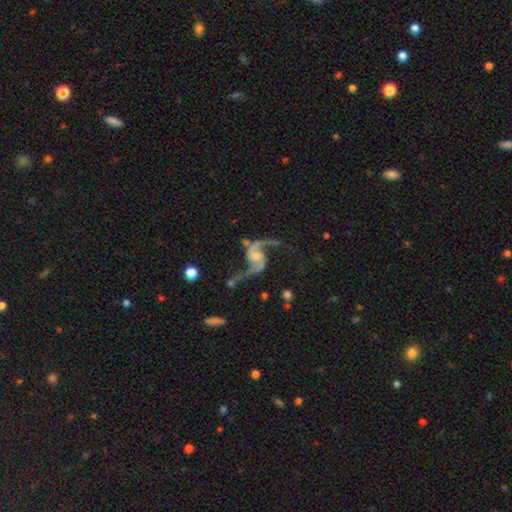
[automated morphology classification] Smooth or featured: featured or disk — 92% (star or artifact — 4%)
Edge-on disk: no — 98% (yes — 2%)
Bar: no — 52% (weak — 37%)
Spiral arms: yes — 98% (no — 2%)
Spiral winding: loose — 82% (medium — 15%)
Spiral arm count: 2 — 94% (1 — 2%)
Bulge size: small — 46% (moderate — 30%)
Merging: none — 56% (minor disturbance — 17%)